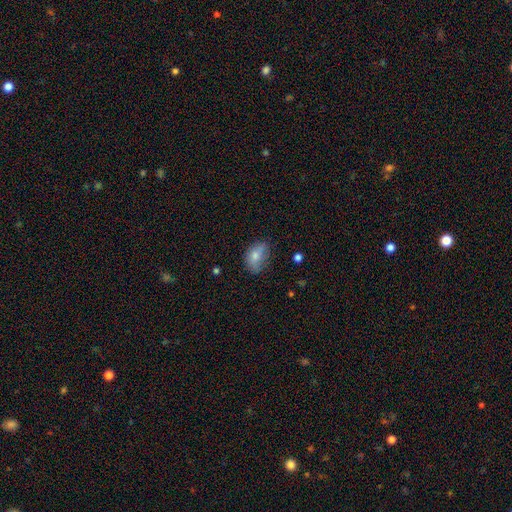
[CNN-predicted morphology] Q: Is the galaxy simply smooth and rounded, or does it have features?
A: smooth — 76%.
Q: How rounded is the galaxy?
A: in between — 82%.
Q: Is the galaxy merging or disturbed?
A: none — 57%.